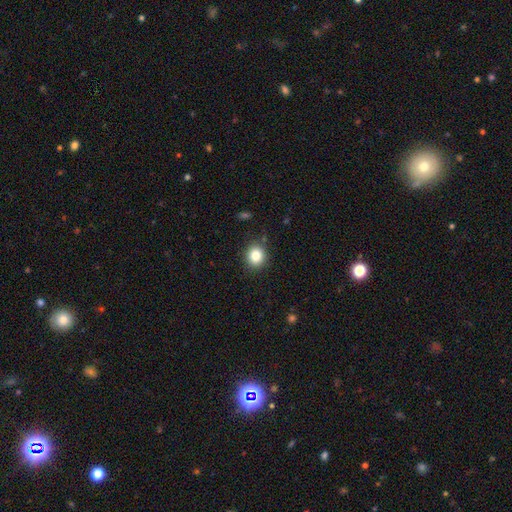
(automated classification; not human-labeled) The model was most divided on "how rounded": round: 80%, in between: 19%, cigar-shaped: 1%. More confident: merging — none (88%); smooth or featured — smooth (83%).